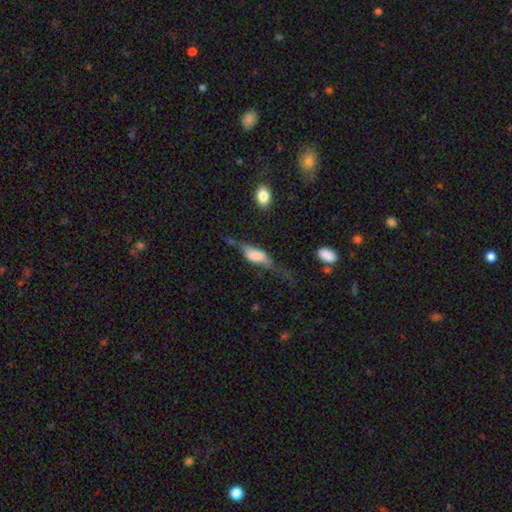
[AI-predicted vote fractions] Smooth or featured?
  - featured or disk: 57% *
  - smooth: 35%
  - star or artifact: 8%
Edge-on disk?
  - yes: 77% *
  - no: 23%
Merging?
  - none: 37% *
  - major disturbance: 33%
  - minor disturbance: 24%
  - merger: 6%